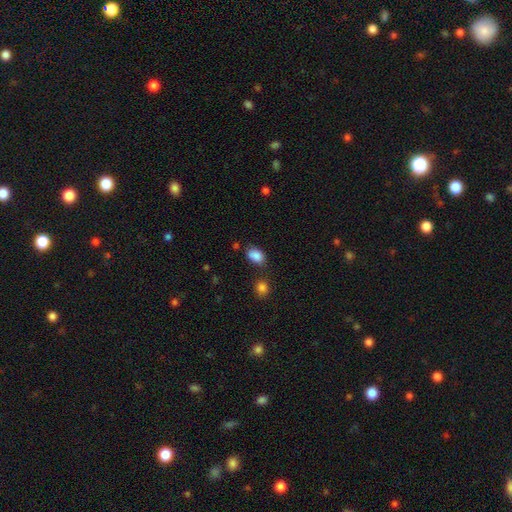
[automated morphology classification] This is clearly a smooth galaxy (87%). How rounded: clearly in between (85%). Merging: likely none (68%).